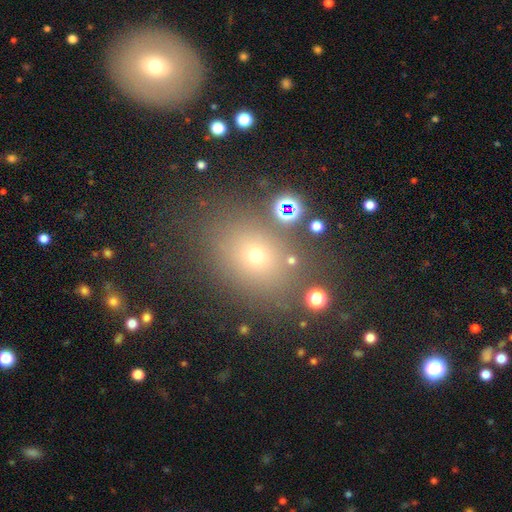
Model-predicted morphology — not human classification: Smooth or featured?
  - smooth: 60% *
  - star or artifact: 27%
  - featured or disk: 13%
How rounded?
  - in between: 52% *
  - round: 46%
  - cigar-shaped: 2%
Merging?
  - none: 79% *
  - minor disturbance: 11%
  - merger: 5%
  - major disturbance: 5%